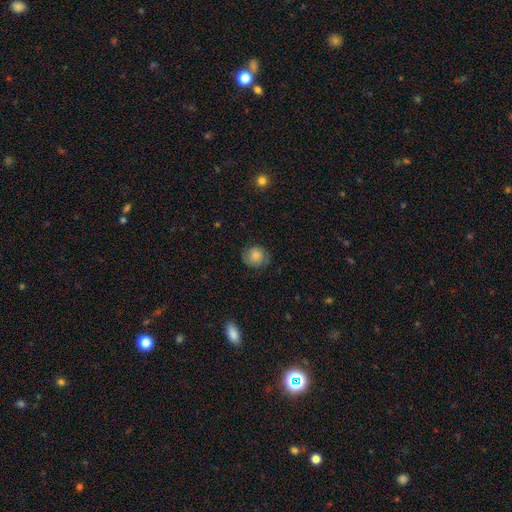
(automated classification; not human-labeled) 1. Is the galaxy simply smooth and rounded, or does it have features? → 73% smooth, 19% featured or disk, 9% star or artifact.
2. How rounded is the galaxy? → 79% round, 20% in between, 1% cigar-shaped.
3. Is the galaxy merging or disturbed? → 75% none, 19% minor disturbance, 5% major disturbance, 1% merger.